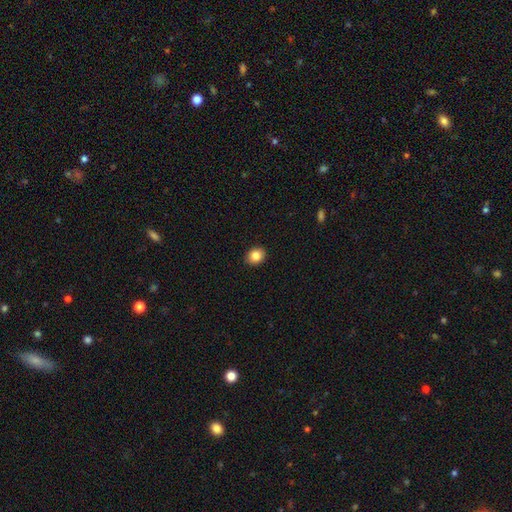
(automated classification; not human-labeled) A smooth galaxy with no disk features (85%) that is round (56%).

Vote fractions:
- Smooth or featured? smooth: 85% / star or artifact: 9% / featured or disk: 6%
- How rounded? round: 56% / in between: 43% / cigar-shaped: 1%
- Merging? none: 91% / minor disturbance: 6% / major disturbance: 2% / merger: 1%